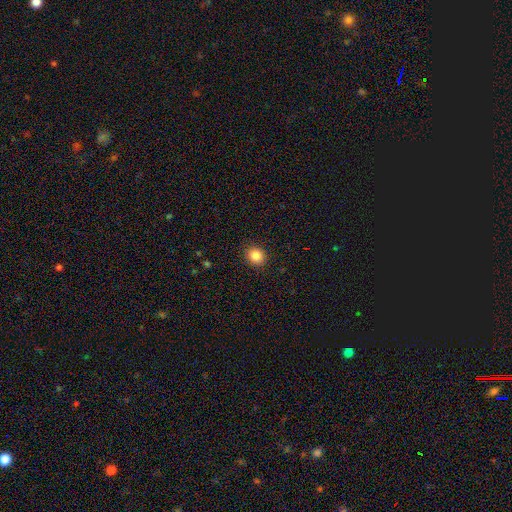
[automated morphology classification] smooth 86%, star or artifact 10%, featured or disk 4%. Down the decision tree: how rounded — round (79%); merging — none (90%).